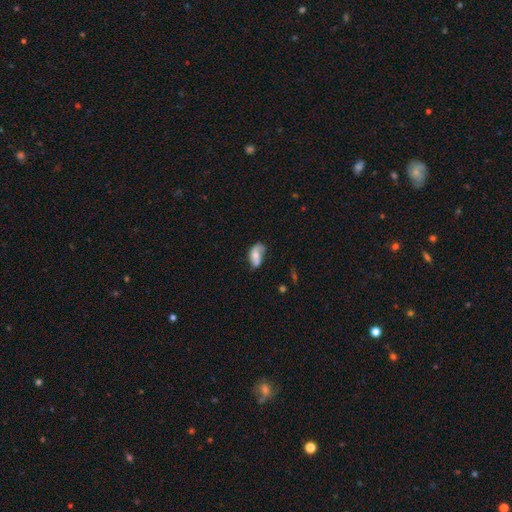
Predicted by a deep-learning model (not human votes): Q: Smooth or featured?
A: smooth (49%); runner-up: featured or disk (43%)
Q: Merging?
A: none (38%); runner-up: minor disturbance (31%)